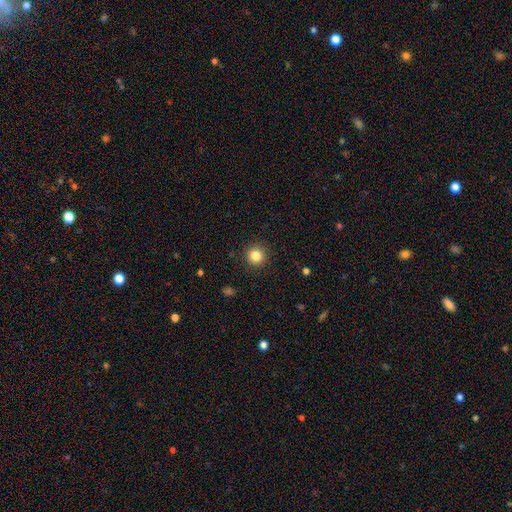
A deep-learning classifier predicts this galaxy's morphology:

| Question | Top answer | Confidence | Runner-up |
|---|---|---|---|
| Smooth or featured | smooth | 84% | star or artifact (11%) |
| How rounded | round | 94% | in between (5%) |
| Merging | none | 91% | minor disturbance (5%) |